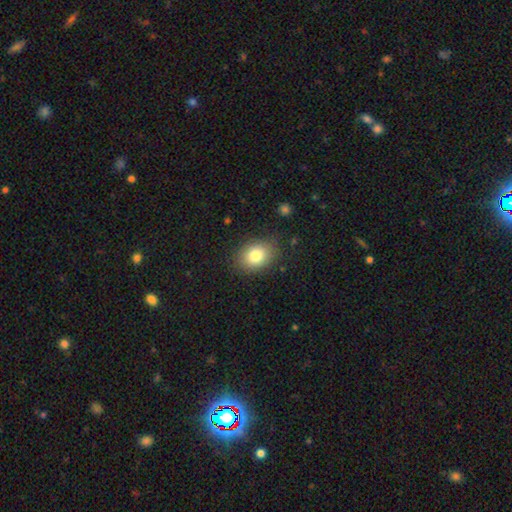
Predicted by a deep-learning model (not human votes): A smooth galaxy with no disk features (82%) that is in between round and cigar-shaped (67%).

Vote fractions:
- Smooth or featured? smooth: 82% / featured or disk: 10% / star or artifact: 9%
- How rounded? in between: 67% / round: 32% / cigar-shaped: 1%
- Merging? none: 84% / minor disturbance: 12% / major disturbance: 3% / merger: 1%